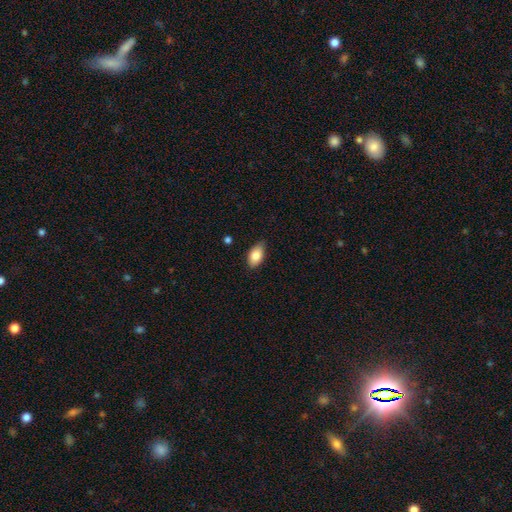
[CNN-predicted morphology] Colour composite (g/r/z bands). It shows a smooth galaxy with no disk features (83%) that is in between round and cigar-shaped (92%). Merging: none (80%).